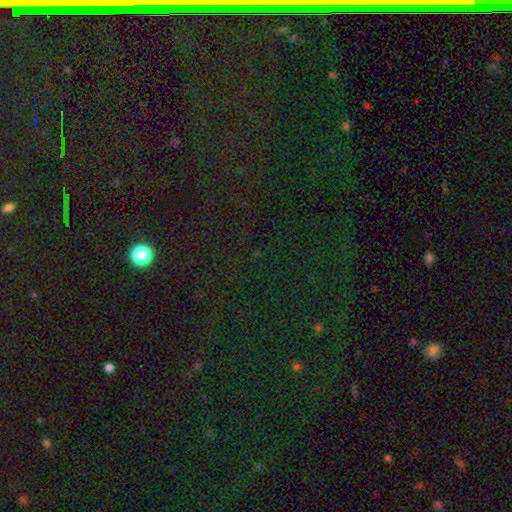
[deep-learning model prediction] A star or artifact, not a galaxy (81%).

Vote fractions:
- Smooth or featured? star or artifact: 81% / smooth: 12% / featured or disk: 7%